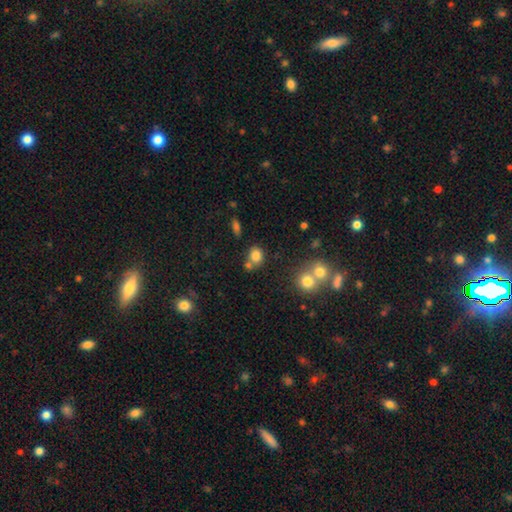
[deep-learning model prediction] A smooth galaxy with no disk features (80%) that is round (63%).

Vote fractions:
- Smooth or featured? smooth: 80% / star or artifact: 13% / featured or disk: 8%
- How rounded? round: 63% / in between: 36% / cigar-shaped: 1%
- Merging? none: 57% / merger: 26% / minor disturbance: 12% / major disturbance: 4%